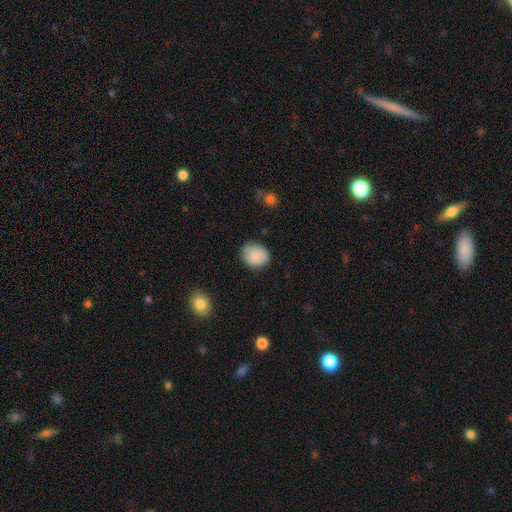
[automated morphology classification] Overall: smooth (86%). How rounded: round (63%; in between 36%). Merging: none (75%).